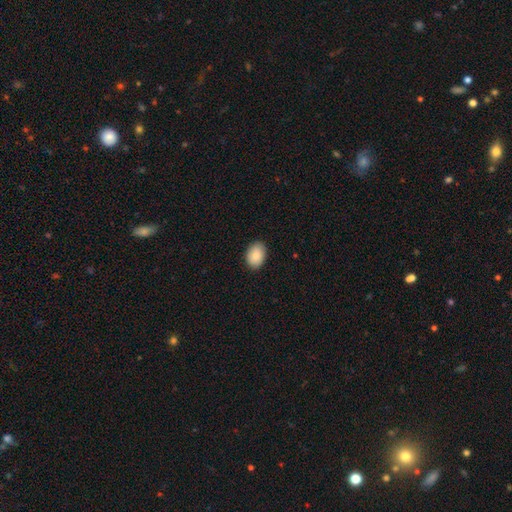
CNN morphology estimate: A smooth galaxy with no disk features (89%) that is in between round and cigar-shaped (79%).

Vote fractions:
- Smooth or featured? smooth: 89% / star or artifact: 7% / featured or disk: 5%
- How rounded? in between: 79% / round: 20% / cigar-shaped: 1%
- Merging? none: 88% / minor disturbance: 9% / major disturbance: 2% / merger: 1%